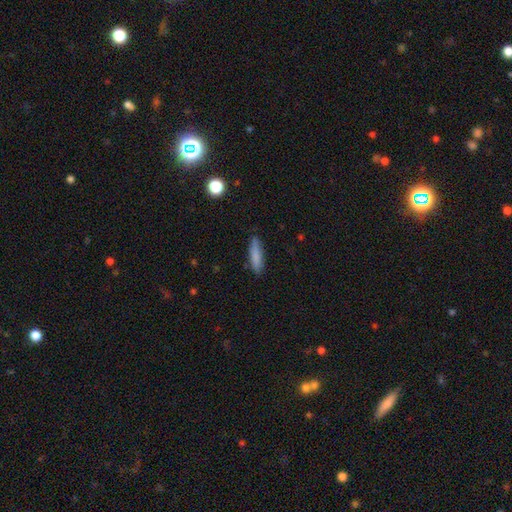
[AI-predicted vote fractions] A smooth galaxy with no disk features (83%) that is cigar-shaped (74%). Merging: none (84%).